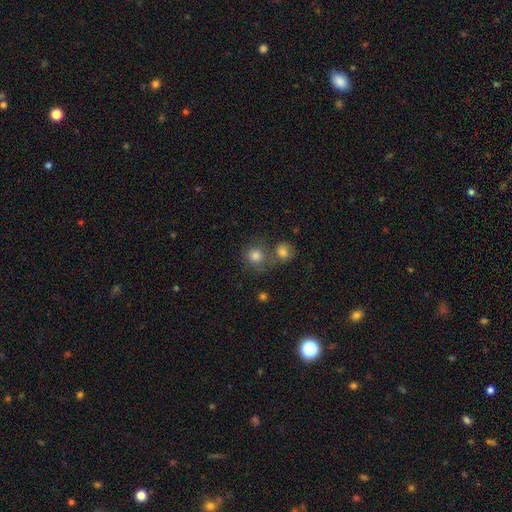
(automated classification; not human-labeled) Smooth or featured? smooth (80%)
How rounded? round (88%)
Merging? none (54%)